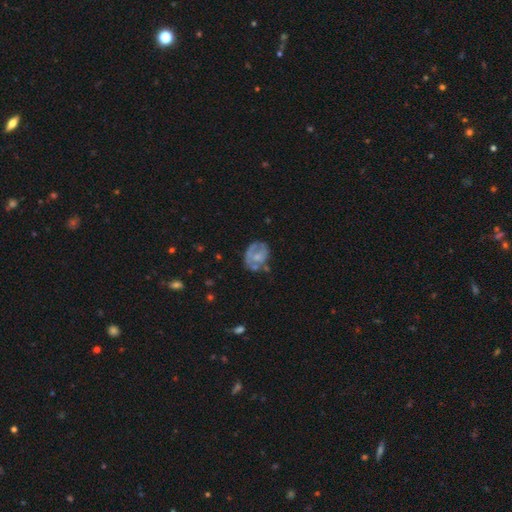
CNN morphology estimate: This appears to be a featured or disk galaxy (51%). Merging: none (42%).